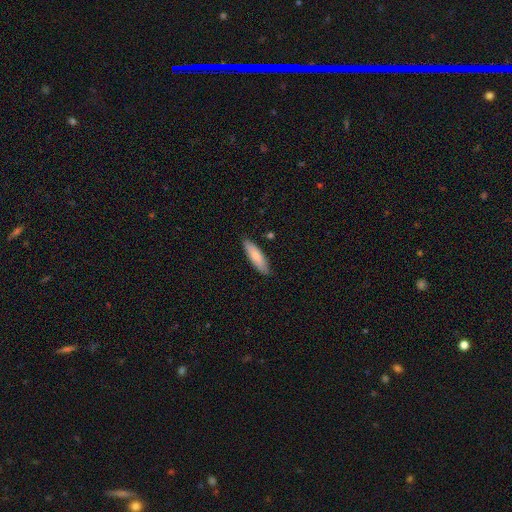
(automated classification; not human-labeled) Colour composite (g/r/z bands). It shows a smooth galaxy with no disk features (79%) that is cigar-shaped (56%). Merging: none (86%).